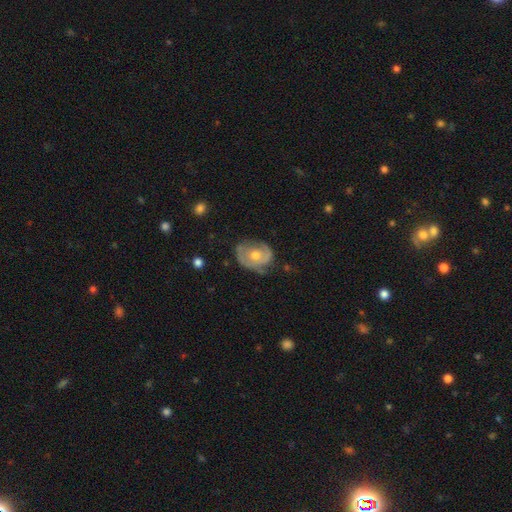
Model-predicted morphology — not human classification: Overall: featured or disk (70%). Edge-on disk: no (96%). Bar: no (78%). Spiral arms: yes (77%). Spiral arm count: 2 (53%; can't tell 25%). Spiral winding: tight (50%; medium 35%). Bulge size: moderate (67%). Merging: none (63%; minor disturbance 25%).